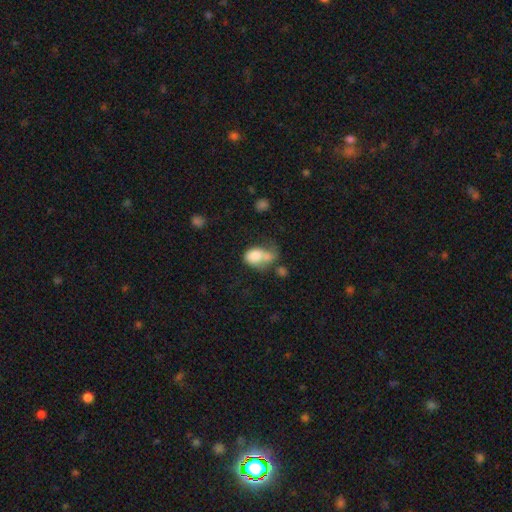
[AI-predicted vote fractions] This is likely a smooth galaxy (73%). How rounded: likely in between (78%). Merging: marginally merger (36%).